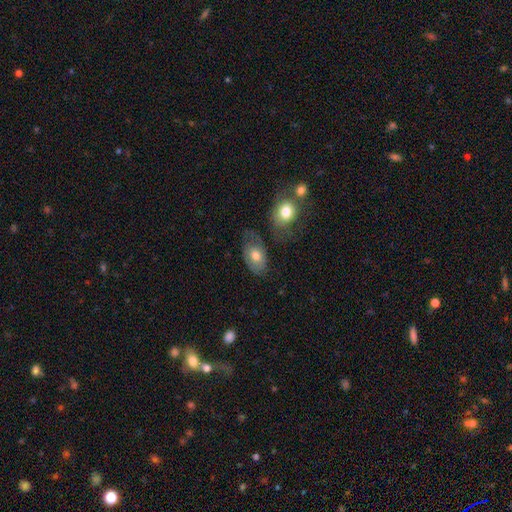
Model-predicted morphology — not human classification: This is possibly a smooth galaxy (57%). How rounded: clearly in between (84%). Merging: possibly none (51%).